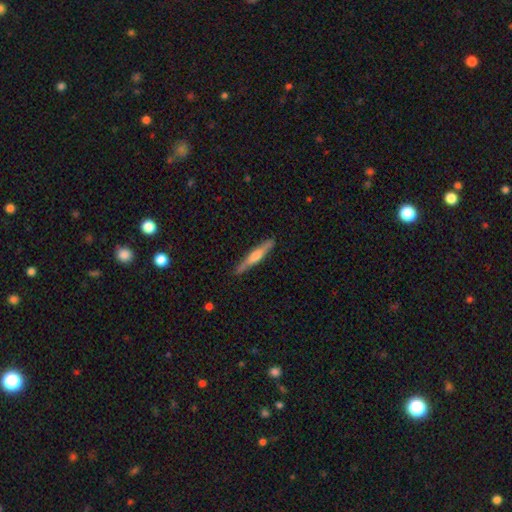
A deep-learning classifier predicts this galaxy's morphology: The model was most divided on "smooth or featured": featured or disk: 62%, smooth: 33%, star or artifact: 5%. More confident: edge-on disk — yes (97%); merging — none (89%); edge-on bulge — rounded (76%).